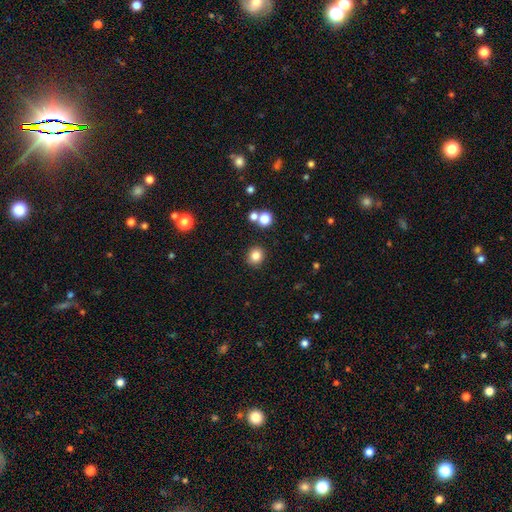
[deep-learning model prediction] Smooth or featured: smooth — 83% (star or artifact — 12%)
How rounded: round — 86% (in between — 13%)
Merging: none — 88% (minor disturbance — 6%)